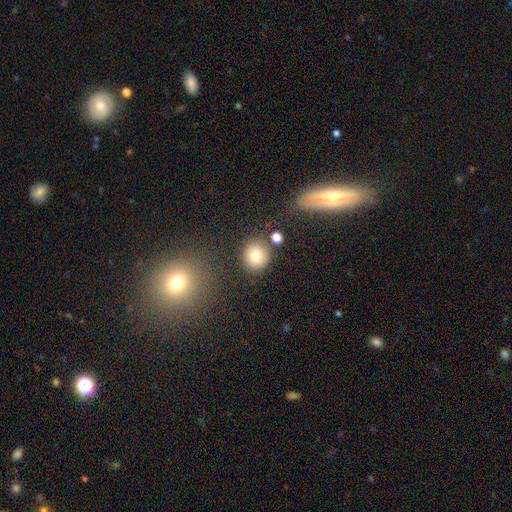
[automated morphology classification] A smooth galaxy with no disk features (81%) that is round (88%). Merging: none (80%).